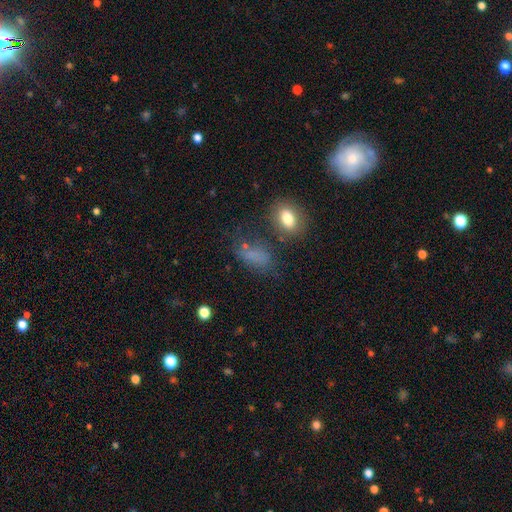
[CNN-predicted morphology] smooth_or_featured: smooth (p=0.68) [alt: star or artifact p=0.19]
how_rounded: in between (p=0.81) [alt: round p=0.12]
merging: none (p=0.51) [alt: minor disturbance p=0.22]